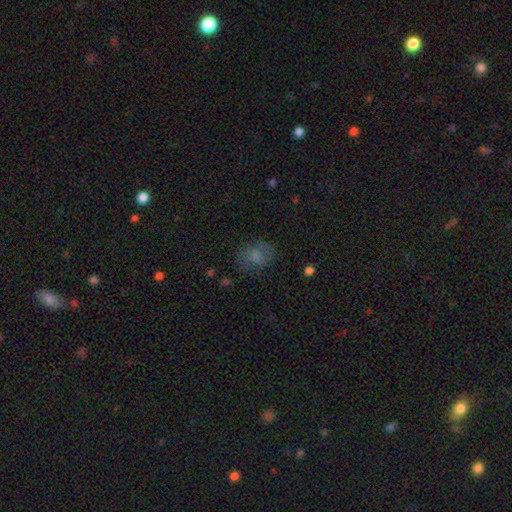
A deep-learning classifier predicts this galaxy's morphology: Q: Smooth or featured?
A: smooth (67%); runner-up: featured or disk (18%)
Q: How rounded?
A: in between (54%); runner-up: round (45%)
Q: Merging?
A: none (63%); runner-up: minor disturbance (22%)